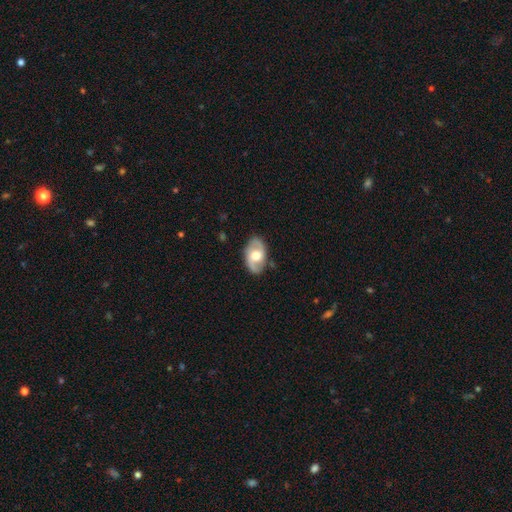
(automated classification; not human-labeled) Morphology: type=featured or disk (67%); edge-on=no (94%); bar=no (59%); spiral arms=yes (79%); bulge=moderate (62%); merging=none (80%).